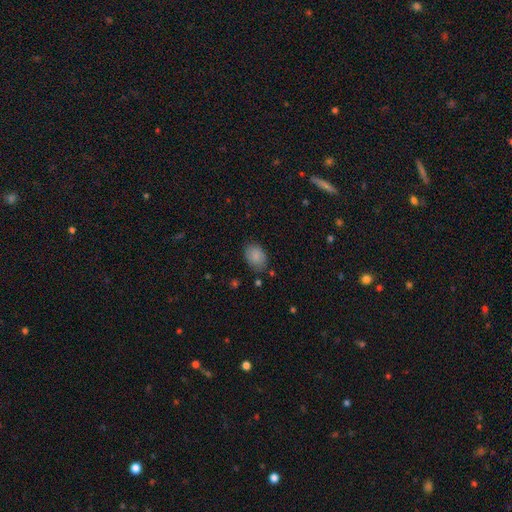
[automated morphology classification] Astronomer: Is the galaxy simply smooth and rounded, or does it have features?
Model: smooth — 86%.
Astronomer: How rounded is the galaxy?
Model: in between — 76%.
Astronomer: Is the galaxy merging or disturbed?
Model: none — 77%.